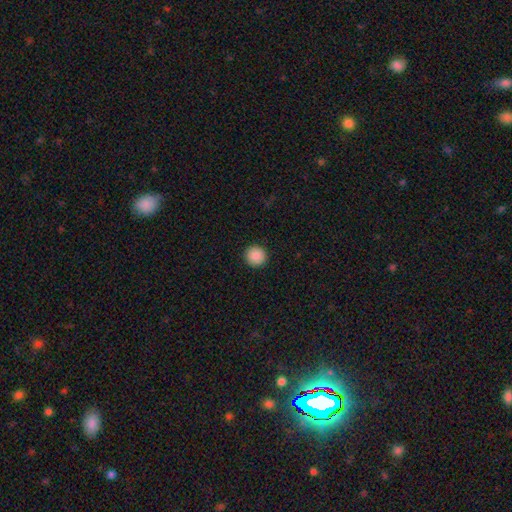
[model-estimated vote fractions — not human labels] smooth_or_featured: smooth (p=0.89) [alt: star or artifact p=0.08]
how_rounded: round (p=0.95) [alt: in between p=0.04]
merging: none (p=0.93) [alt: minor disturbance p=0.04]